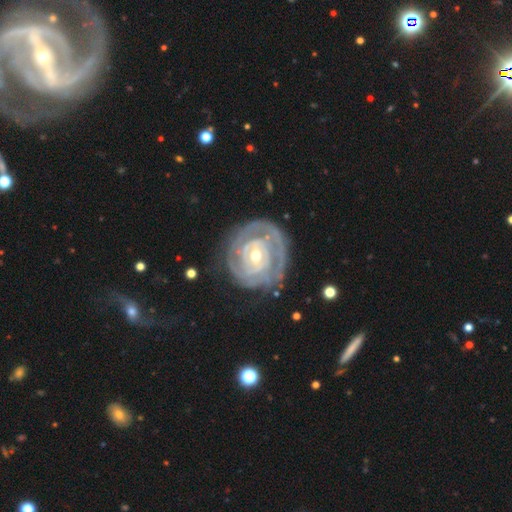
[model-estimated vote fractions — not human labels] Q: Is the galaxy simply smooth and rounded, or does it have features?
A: featured or disk — 86%.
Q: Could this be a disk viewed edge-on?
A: no — 97%.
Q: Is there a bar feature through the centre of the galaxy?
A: no — 49%.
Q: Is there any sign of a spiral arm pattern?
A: yes — 89%.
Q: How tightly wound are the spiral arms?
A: tight — 80%.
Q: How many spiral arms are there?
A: can't tell — 37%.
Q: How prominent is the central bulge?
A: moderate — 56%.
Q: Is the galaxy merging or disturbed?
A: none — 70%.